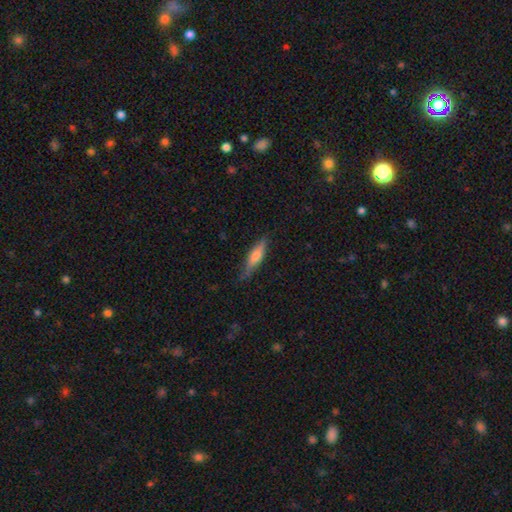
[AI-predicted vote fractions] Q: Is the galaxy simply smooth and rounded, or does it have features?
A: smooth — 52%.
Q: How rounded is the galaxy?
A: cigar-shaped — 77%.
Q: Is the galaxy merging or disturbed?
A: none — 79%.